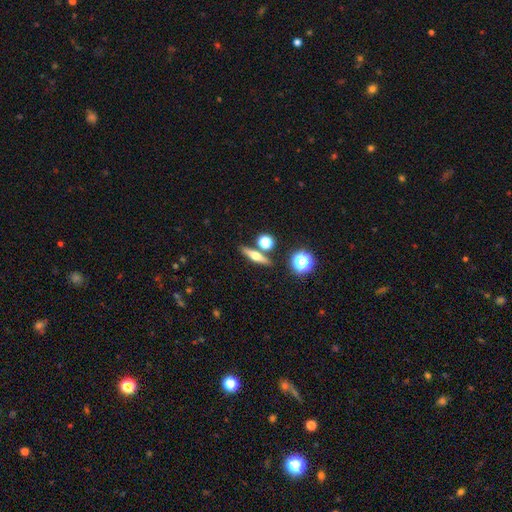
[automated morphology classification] A featured or disk galaxy (50%) viewed edge-on (91%).

Vote fractions:
- Smooth or featured? featured or disk: 50% / smooth: 39% / star or artifact: 11%
- Edge-on disk? yes: 91% / no: 9%
- Merging? none: 81% / merger: 9% / minor disturbance: 8% / major disturbance: 3%